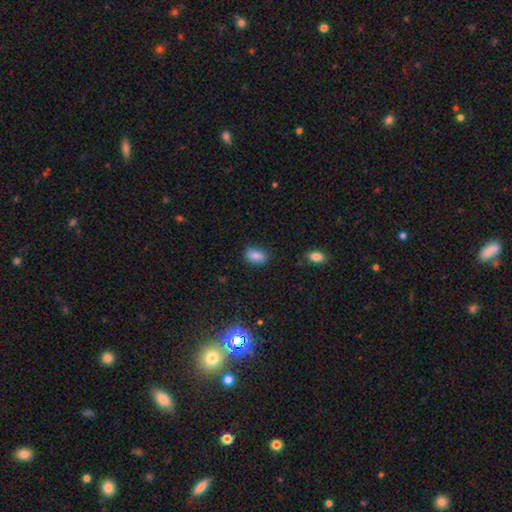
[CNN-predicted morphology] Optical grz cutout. It shows a smooth galaxy with no disk features (86%) that is in between round and cigar-shaped (87%). Merging: none (80%).